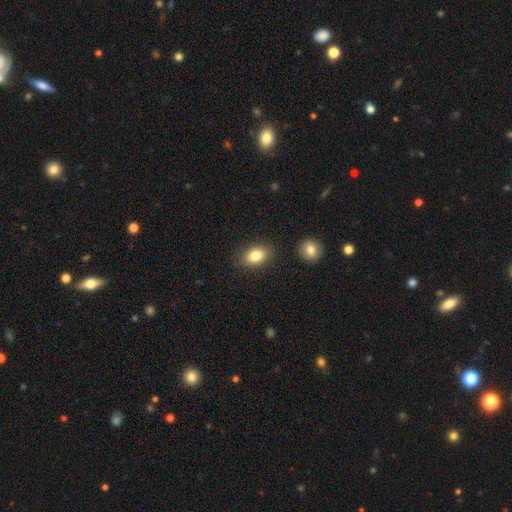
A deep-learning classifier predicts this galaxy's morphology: type=smooth (83%); roundness=in between (82%); merging=none (84%).